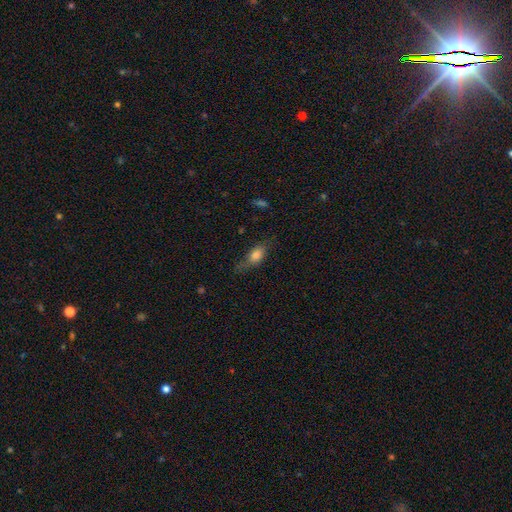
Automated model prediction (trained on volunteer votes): Q: Smooth or featured?
A: smooth (73%); runner-up: featured or disk (18%)
Q: How rounded?
A: in between (76%); runner-up: cigar-shaped (17%)
Q: Merging?
A: none (55%); runner-up: minor disturbance (29%)